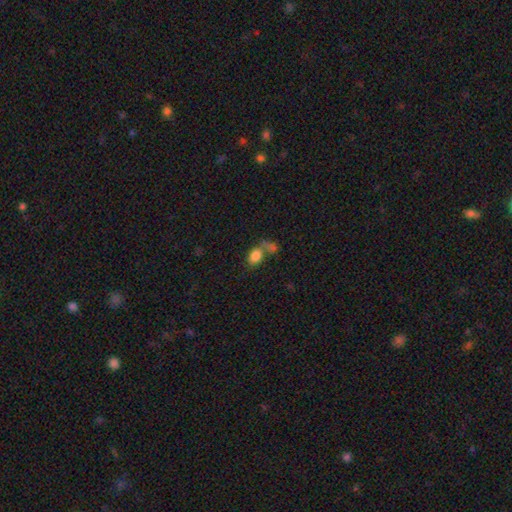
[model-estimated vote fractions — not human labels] Smooth or featured: smooth — 82% (star or artifact — 10%)
How rounded: in between — 77% (round — 21%)
Merging: merger — 44% (none — 37%)